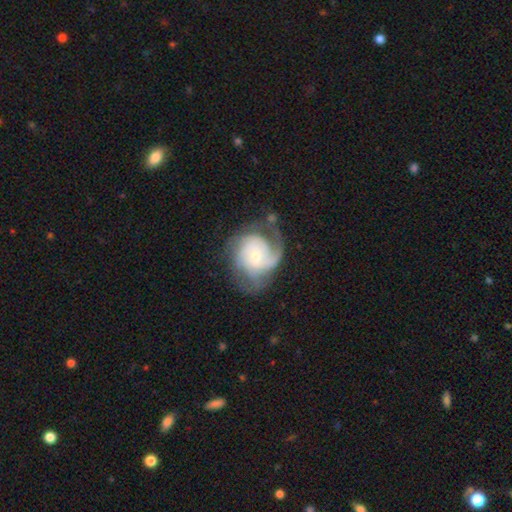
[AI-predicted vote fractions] This is clearly a featured or disk galaxy (84%). It is clearly not viewed edge-on (98%). Bar: likely no (68%). Spiral arm pattern: clearly yes (95%). Spiral arm count: marginally 2 (31%). Spiral winding: possibly tight (47%). Central bulge: possibly small (57%). Merging: possibly none (58%).